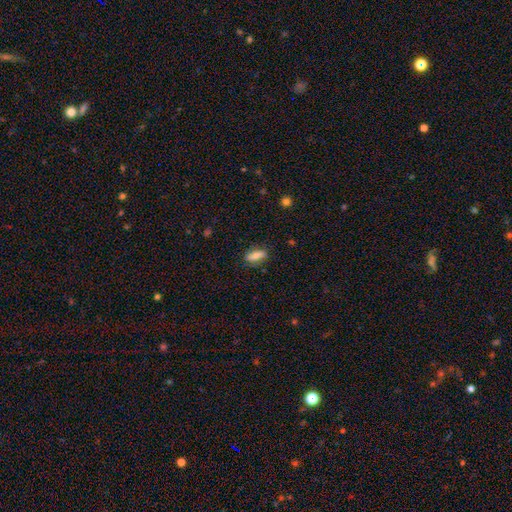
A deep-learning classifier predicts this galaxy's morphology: Smooth or featured? Predicted: smooth (p=0.77). How rounded? Predicted: in between (p=0.66). Merging? Predicted: none (p=0.78).